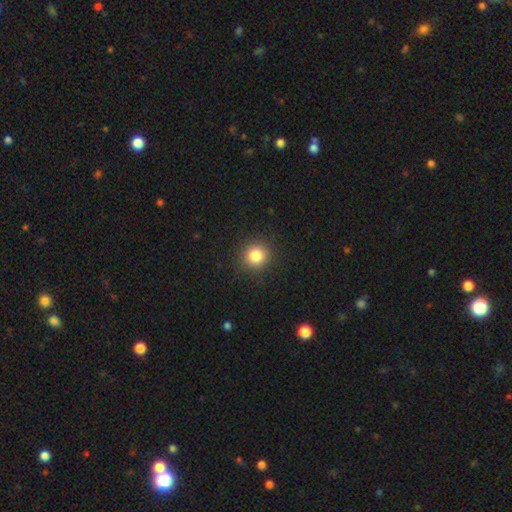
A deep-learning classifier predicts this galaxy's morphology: The model was most divided on "smooth or featured": smooth: 84%, star or artifact: 11%, featured or disk: 5%. More confident: how rounded — round (92%); merging — none (91%).